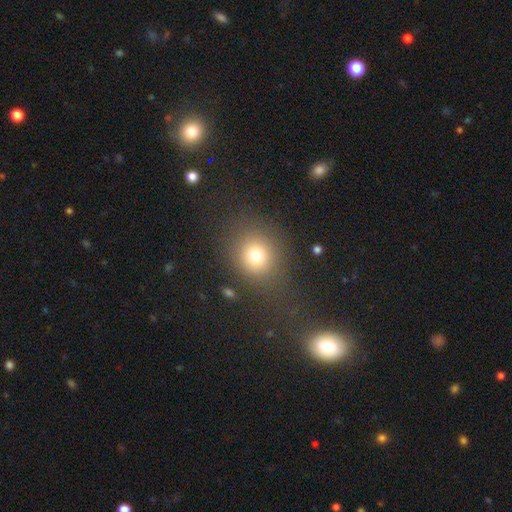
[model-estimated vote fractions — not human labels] smooth 77%, star or artifact 14%, featured or disk 9%. Down the decision tree: how rounded — round (75%); merging — none (75%).